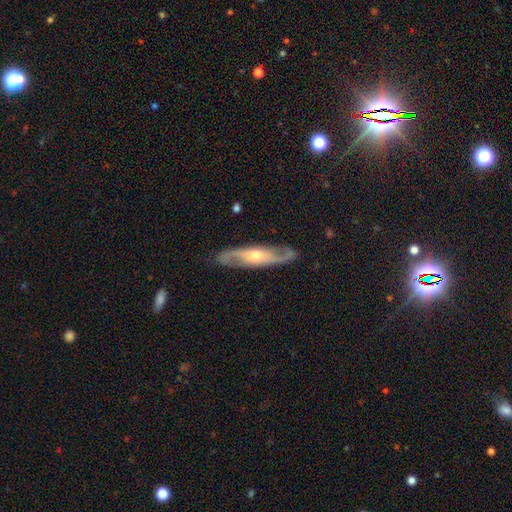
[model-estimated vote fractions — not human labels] This appears to be a featured or disk galaxy (85%) with no bar (55%), 2 (91%) medium (49%) spiral arms (95%) and a moderate central bulge (64%). Merging: none (85%).